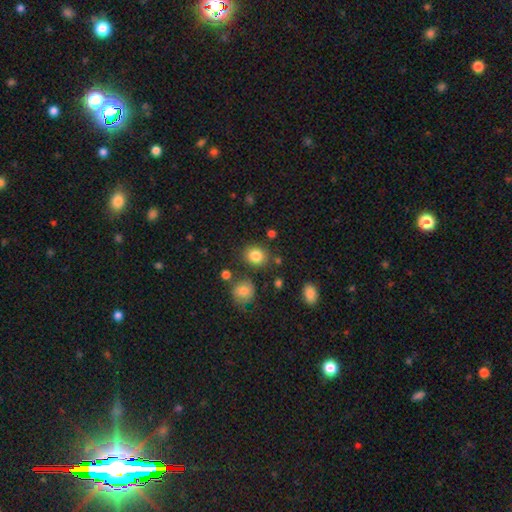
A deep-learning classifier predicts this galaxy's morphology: This appears to be a smooth galaxy with no disk features (83%) that is round (69%). Merging: none (81%).